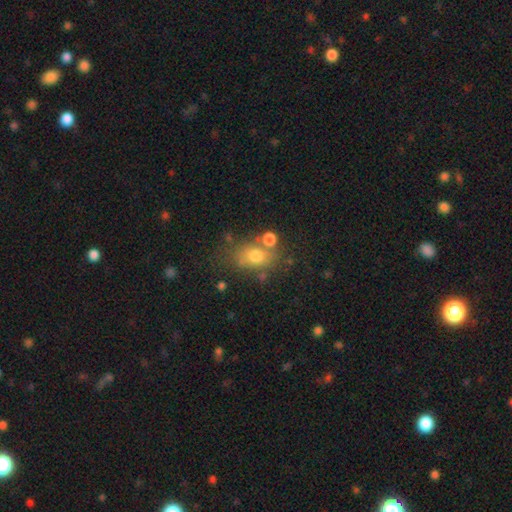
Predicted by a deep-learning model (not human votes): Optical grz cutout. It shows a smooth galaxy with no disk features (70%) that is in between round and cigar-shaped (64%). Merging: none (57%).